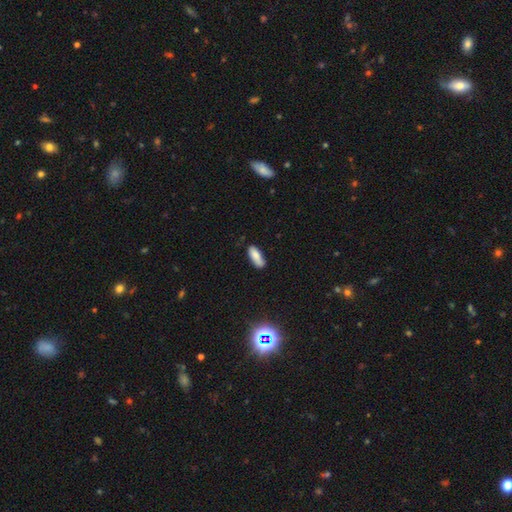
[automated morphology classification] This is clearly a smooth galaxy (82%). How rounded: likely in between (71%). Merging: likely none (71%).